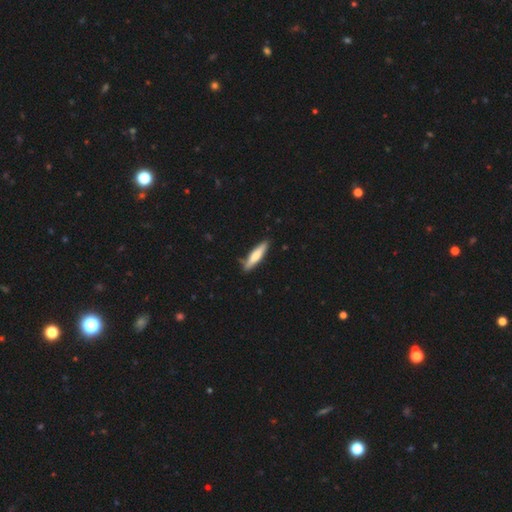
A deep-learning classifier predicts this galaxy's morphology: The model was most divided on "smooth or featured": smooth: 64%, featured or disk: 31%, star or artifact: 5%. More confident: merging — none (84%); how rounded — cigar-shaped (82%).